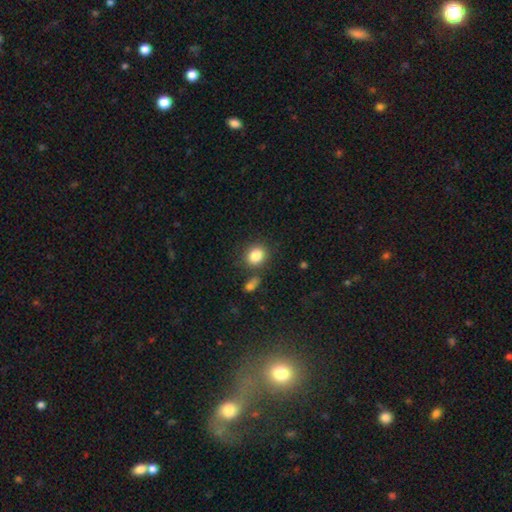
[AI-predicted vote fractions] This appears to be a smooth galaxy with no disk features (84%) that is round (69%). Merging: none (76%).